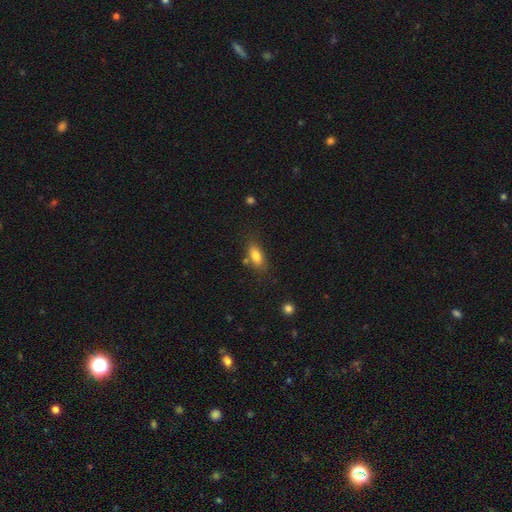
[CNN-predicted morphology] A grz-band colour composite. It shows a smooth galaxy with no disk features (82%) that is in between round and cigar-shaped (83%). Merging: none (73%).